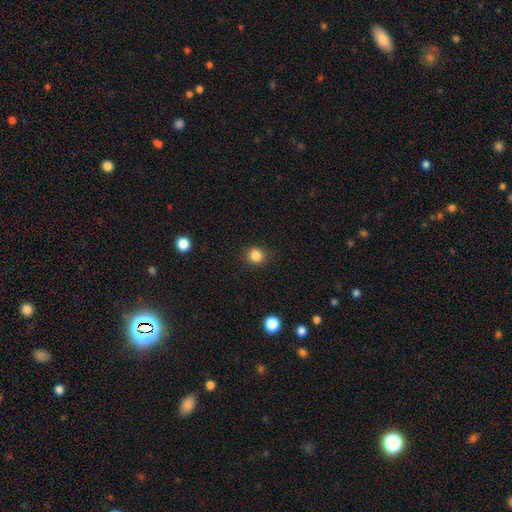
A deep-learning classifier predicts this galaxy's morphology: Q: Smooth or featured?
A: smooth (85%); runner-up: star or artifact (12%)
Q: How rounded?
A: round (84%); runner-up: in between (15%)
Q: Merging?
A: none (86%); runner-up: minor disturbance (10%)